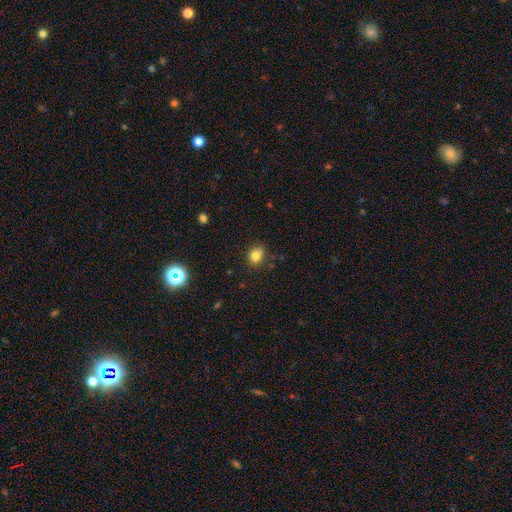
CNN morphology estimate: smooth_or_featured: smooth (p=0.82) [alt: star or artifact p=0.12]
how_rounded: round (p=0.59) [alt: in between p=0.40]
merging: none (p=0.81) [alt: minor disturbance p=0.14]